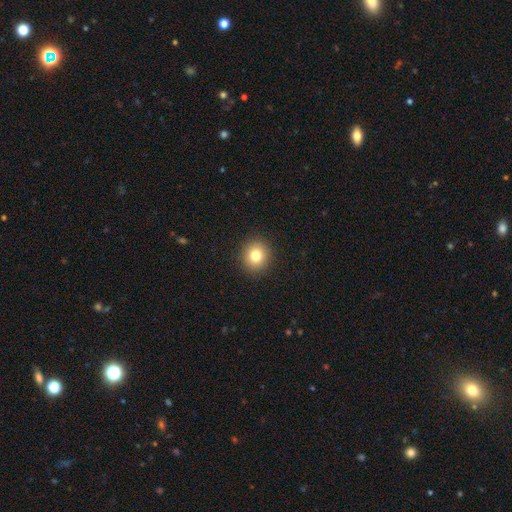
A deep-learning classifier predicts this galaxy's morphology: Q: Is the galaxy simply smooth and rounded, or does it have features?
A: smooth — 79%.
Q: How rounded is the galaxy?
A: round — 86%.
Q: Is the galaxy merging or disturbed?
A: none — 92%.